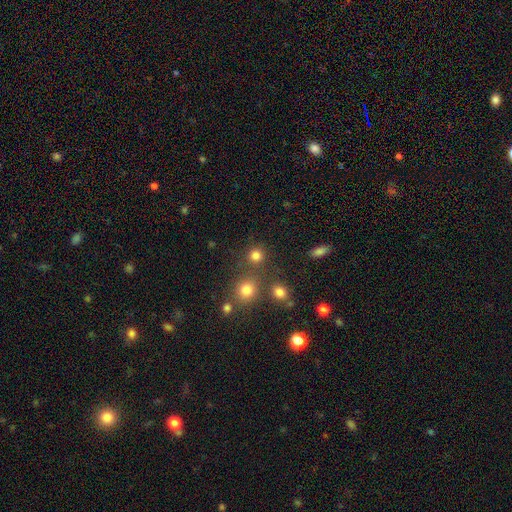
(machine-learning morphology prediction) A smooth galaxy with no disk features (80%) that is round (90%).

Vote fractions:
- Smooth or featured? smooth: 80% / star or artifact: 15% / featured or disk: 5%
- How rounded? round: 90% / in between: 9% / cigar-shaped: 1%
- Merging? none: 76% / merger: 13% / minor disturbance: 7% / major disturbance: 4%